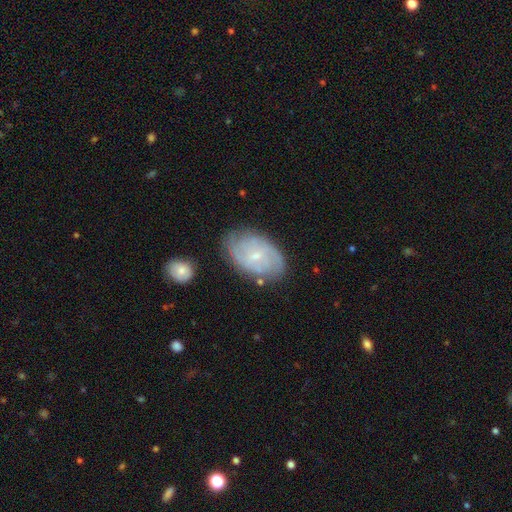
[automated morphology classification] smooth-or-featured: featured or disk: 71% | smooth: 22% | star or artifact: 7%
  disk-edge-on: no: 96% | yes: 4%
    bar: no: 57% | weak: 38% | strong: 6%
    has-spiral-arms: yes: 86% | no: 14%
      spiral-winding: tight: 50% | medium: 36% | loose: 14%
      spiral-arm-count: can't tell: 42% | 2: 30% | 3: 12% | 4: 7% | more than 4: 4% | 1: 4%
    bulge-size: small: 78% | moderate: 18% | none: 2% | large: 1% | dominant: 1%
  merging: none: 72% | minor disturbance: 19% | major disturbance: 5% | merger: 3%